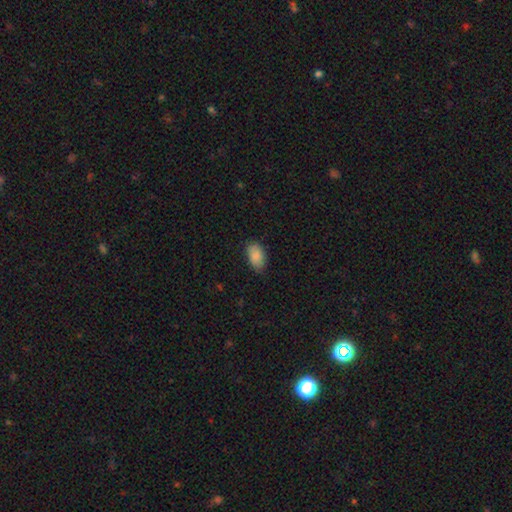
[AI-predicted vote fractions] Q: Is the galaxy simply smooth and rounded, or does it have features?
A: smooth — 88%.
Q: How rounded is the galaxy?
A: in between — 93%.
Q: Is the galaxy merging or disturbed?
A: none — 76%.